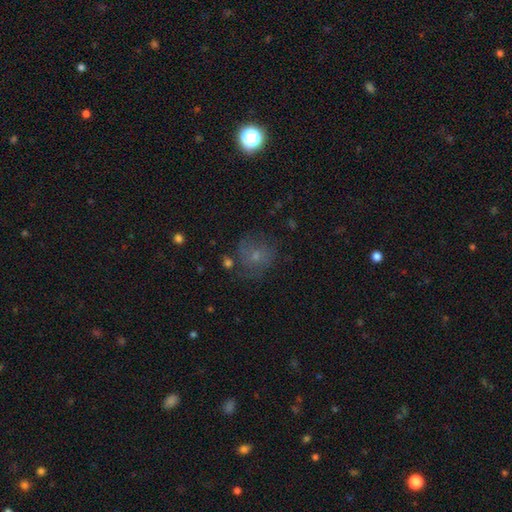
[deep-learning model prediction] A smooth galaxy with no disk features (50%).

Vote fractions:
- Smooth or featured? smooth: 50% / featured or disk: 33% / star or artifact: 17%
- Merging? none: 59% / minor disturbance: 21% / major disturbance: 16% / merger: 5%